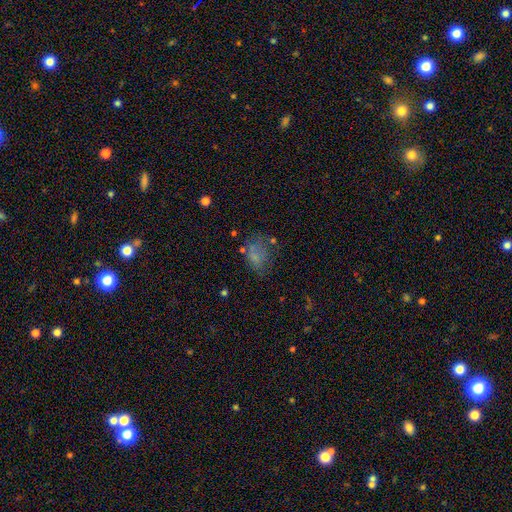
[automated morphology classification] type=smooth (64%); roundness=in between (72%); merging=none (47%).